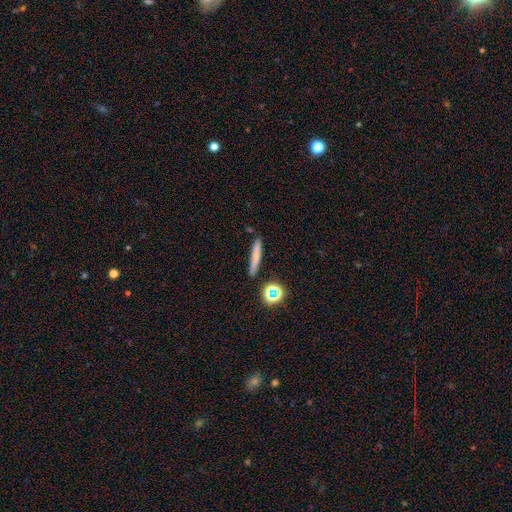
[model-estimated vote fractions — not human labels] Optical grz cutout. It shows a smooth galaxy with no disk features (65%) that is cigar-shaped (89%). Merging: none (85%).